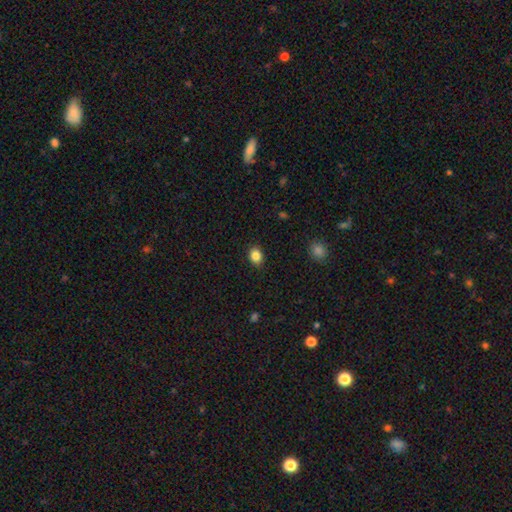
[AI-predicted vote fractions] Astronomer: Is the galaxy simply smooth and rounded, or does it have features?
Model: smooth — 85%.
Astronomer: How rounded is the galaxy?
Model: in between — 56% (runner-up: round, 43%).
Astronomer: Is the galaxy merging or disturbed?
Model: none — 88%.